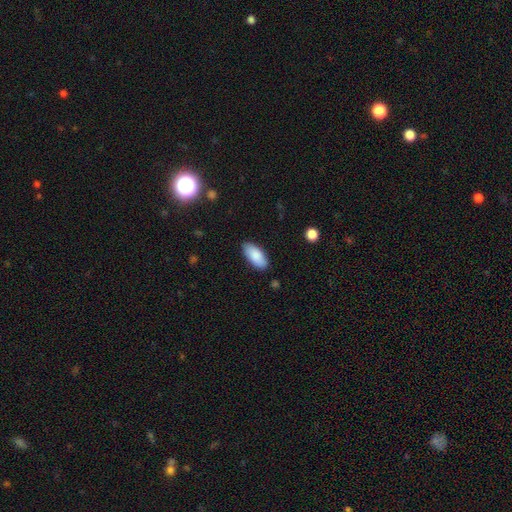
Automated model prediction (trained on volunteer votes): Q: Smooth or featured?
A: smooth (87%); runner-up: featured or disk (7%)
Q: How rounded?
A: in between (89%); runner-up: cigar-shaped (9%)
Q: Merging?
A: none (86%); runner-up: minor disturbance (11%)